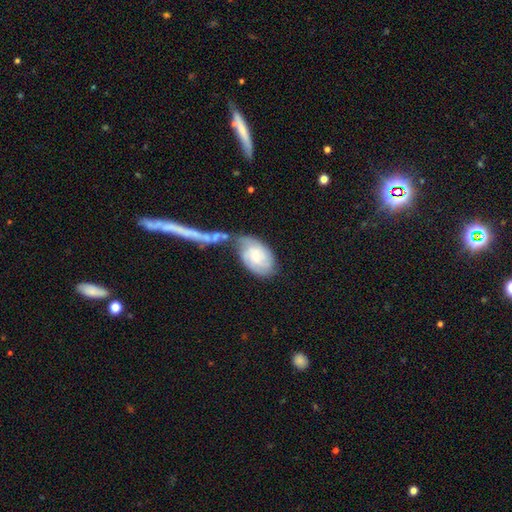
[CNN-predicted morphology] This appears to be a featured or disk galaxy (63%) with no bar (66%), tight (55%) spiral arms (85%) and a small central bulge (56%). Merging: none (39%).